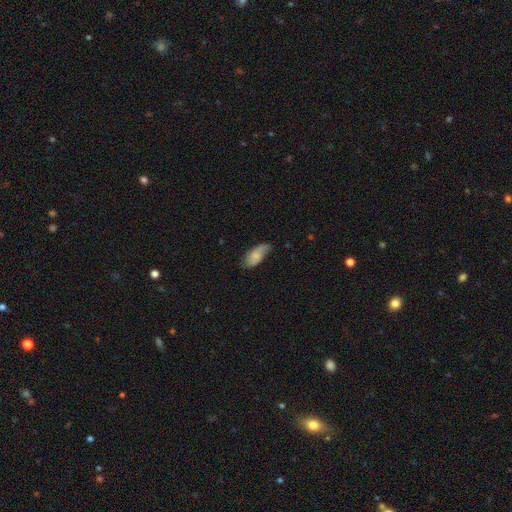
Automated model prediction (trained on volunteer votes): Overall: smooth (68%). How rounded: in between (89%). Merging: none (63%; minor disturbance 29%).